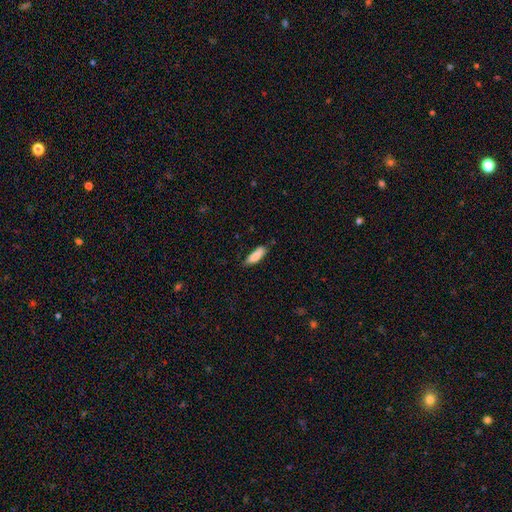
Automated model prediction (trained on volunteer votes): smooth_or_featured: smooth (p=0.87) [alt: featured or disk p=0.07]
how_rounded: in between (p=0.60) [alt: cigar-shaped p=0.38]
merging: none (p=0.73) [alt: minor disturbance p=0.22]